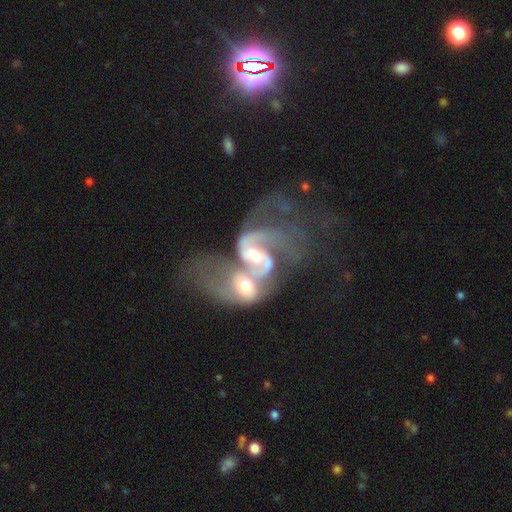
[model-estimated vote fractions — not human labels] Q: Smooth or featured?
A: featured or disk (85%); runner-up: smooth (9%)
Q: Edge-on disk?
A: no (97%); runner-up: yes (3%)
Q: Bar?
A: weak (40%); runner-up: no (37%)
Q: Spiral arms?
A: yes (91%); runner-up: no (9%)
Q: Spiral winding?
A: loose (50%); runner-up: medium (39%)
Q: Spiral arm count?
A: 2 (78%); runner-up: can't tell (10%)
Q: Bulge size?
A: moderate (62%); runner-up: small (21%)
Q: Merging?
A: merger (79%); runner-up: major disturbance (10%)